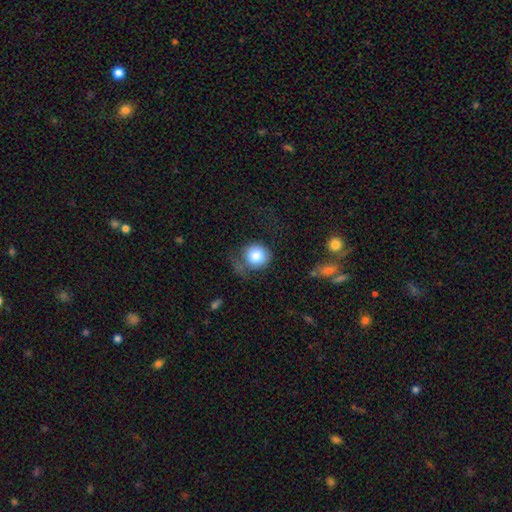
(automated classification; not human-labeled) Q: Smooth or featured?
A: smooth (82%); runner-up: featured or disk (11%)
Q: How rounded?
A: round (90%); runner-up: in between (9%)
Q: Merging?
A: none (49%); runner-up: minor disturbance (25%)